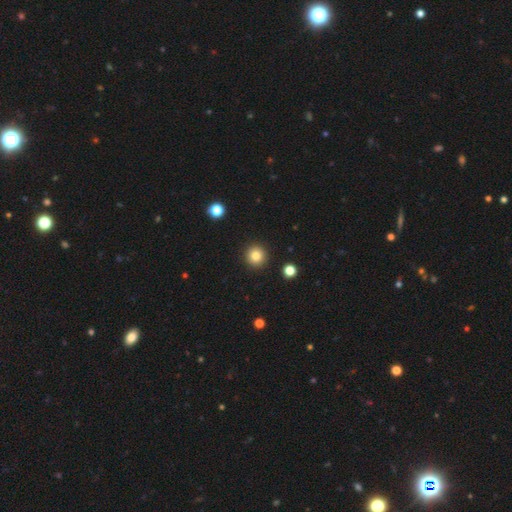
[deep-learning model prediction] smooth-or-featured: smooth: 83% | star or artifact: 11% | featured or disk: 6%
  how-rounded: round: 95% | in between: 4% | cigar-shaped: 1%
  merging: none: 92% | minor disturbance: 5% | major disturbance: 2% | merger: 1%